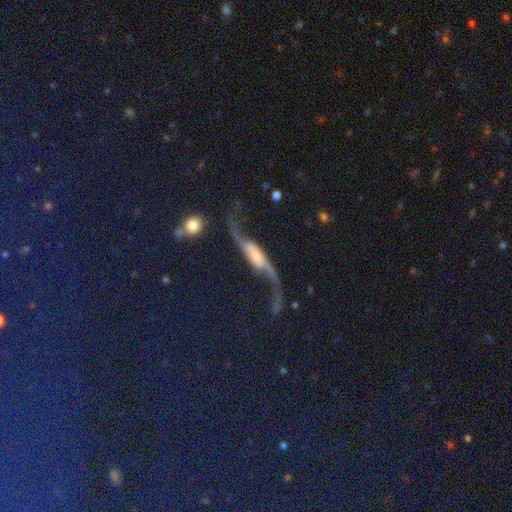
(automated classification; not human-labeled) smooth-or-featured: featured or disk: 84% | smooth: 9% | star or artifact: 6%
  disk-edge-on: no: 85% | yes: 15%
    bar: no: 35% (tied) | weak: 35% (tied) | strong: 30%
    has-spiral-arms: yes: 95% | no: 5%
      spiral-winding: loose: 93% | medium: 5% | tight: 2%
      spiral-arm-count: 2: 93% | 1: 3% | can't tell: 1% | 3: 1% | 4: 1% | more than 4: 1%
    bulge-size: small: 39% | moderate: 32% | large: 13% | none: 11% | dominant: 5%
  merging: none: 54% | major disturbance: 23% | minor disturbance: 16% | merger: 8%